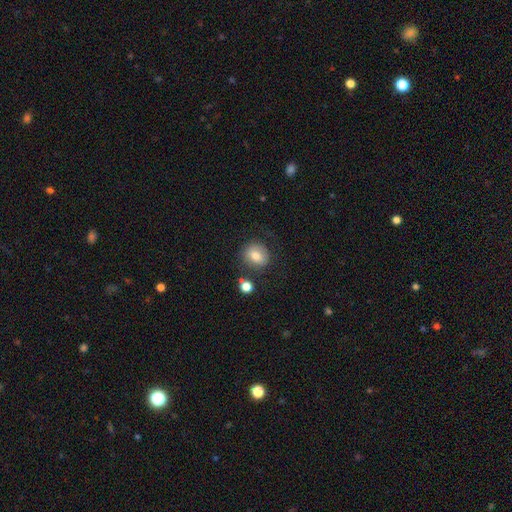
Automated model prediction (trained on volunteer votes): smooth-or-featured: smooth: 75% | featured or disk: 15% | star or artifact: 10%
  how-rounded: round: 74% | in between: 25% | cigar-shaped: 1%
  merging: none: 73% | minor disturbance: 14% | major disturbance: 6% | merger: 6%